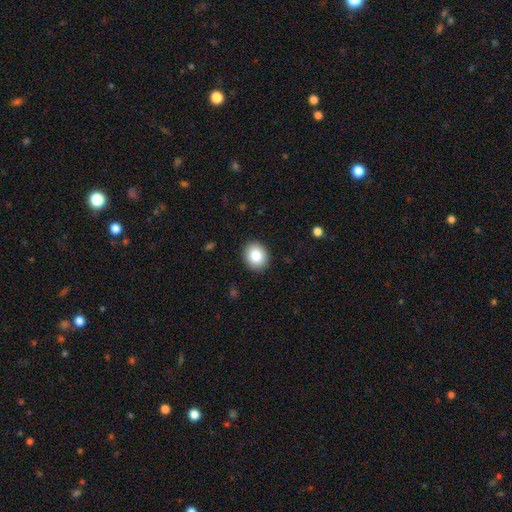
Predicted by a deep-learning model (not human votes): smooth-or-featured: smooth: 86% | star or artifact: 8% | featured or disk: 6%
  how-rounded: round: 57% | in between: 42% | cigar-shaped: 1%
  merging: none: 90% | minor disturbance: 7% | major disturbance: 2% | merger: 1%